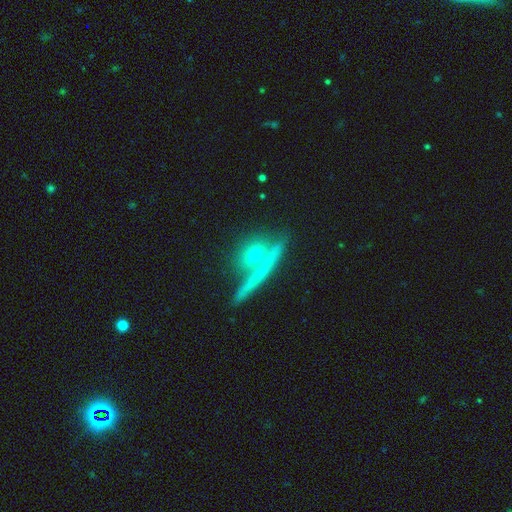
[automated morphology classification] Smooth or featured? smooth (44%)
Merging? none (59%)